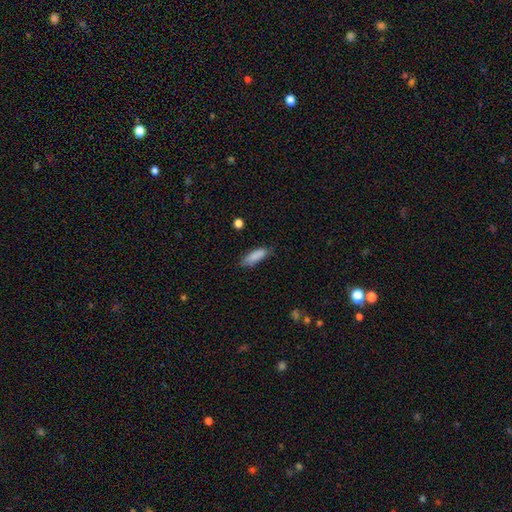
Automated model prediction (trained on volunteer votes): Smooth or featured: smooth — 86% (featured or disk — 7%)
How rounded: in between — 55% (cigar-shaped — 43%)
Merging: none — 74% (minor disturbance — 20%)